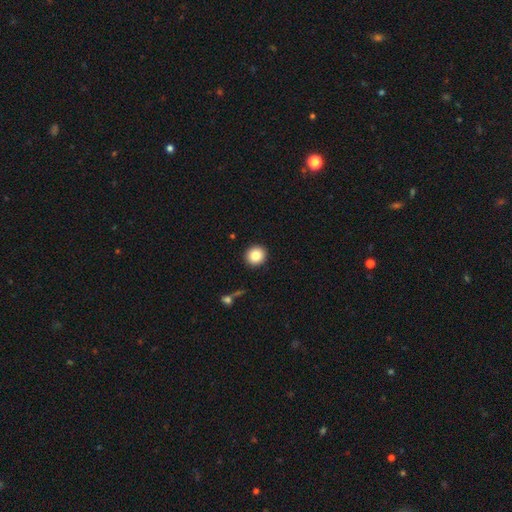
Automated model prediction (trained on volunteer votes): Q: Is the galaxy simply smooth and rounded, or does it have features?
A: smooth — 83%.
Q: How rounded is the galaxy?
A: round — 92%.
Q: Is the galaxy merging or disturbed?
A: none — 92%.